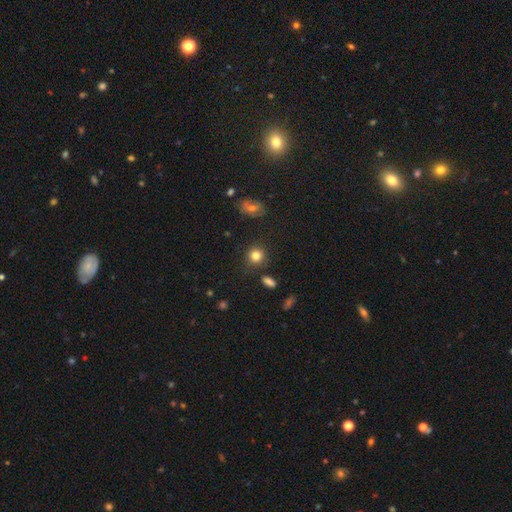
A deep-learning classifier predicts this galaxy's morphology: Overall: smooth (82%). How rounded: round (86%). Merging: none (82%).